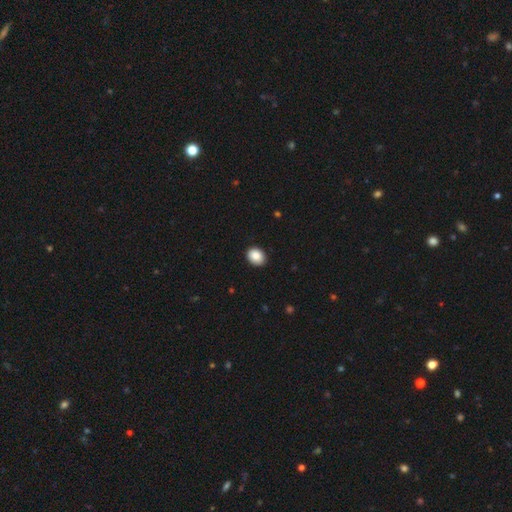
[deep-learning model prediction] Morphology: type=smooth (88%); roundness=in between (55%); merging=none (89%).